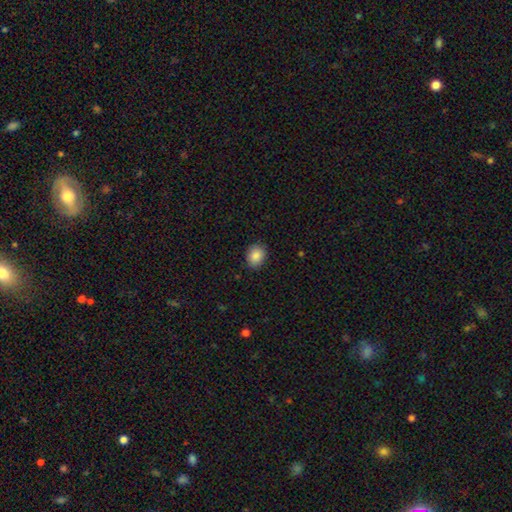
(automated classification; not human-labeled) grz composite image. It shows a smooth galaxy with no disk features (87%) that is round (54%). Merging: none (87%).